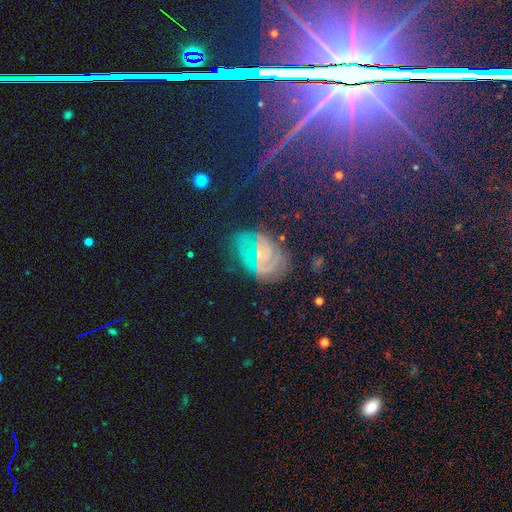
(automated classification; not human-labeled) This is possibly a featured or disk galaxy (59%). It is clearly not viewed edge-on (93%). Bar: marginally weak (41%). Spiral arm pattern: clearly yes (83%). Central bulge: likely small (74%). Merging: likely none (72%).